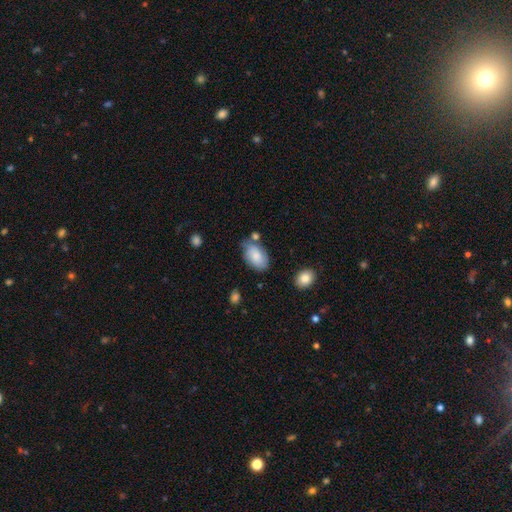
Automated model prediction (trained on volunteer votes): Smooth or featured: smooth — 78% (featured or disk — 15%)
How rounded: in between — 93% (round — 5%)
Merging: none — 64% (minor disturbance — 22%)